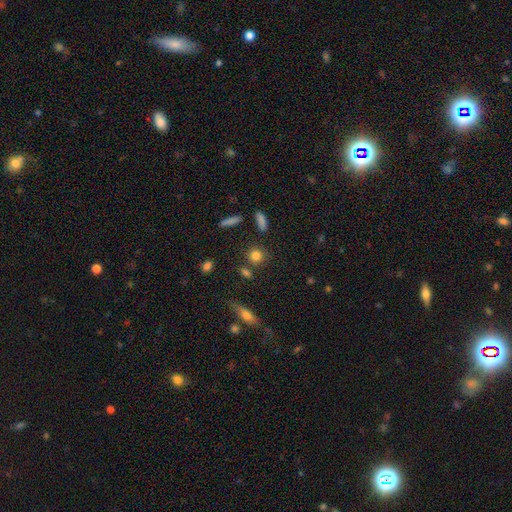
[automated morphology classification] Q: Smooth or featured?
A: smooth (80%); runner-up: star or artifact (12%)
Q: How rounded?
A: round (83%); runner-up: in between (14%)
Q: Merging?
A: none (78%); runner-up: minor disturbance (10%)